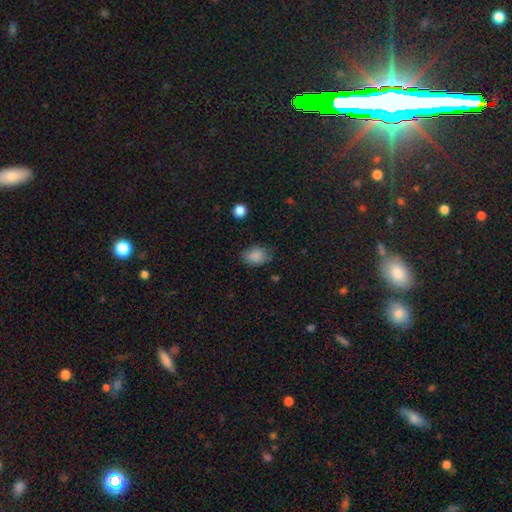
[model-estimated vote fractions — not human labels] This is clearly a smooth galaxy (86%). How rounded: likely in between (69%). Merging: likely none (72%).